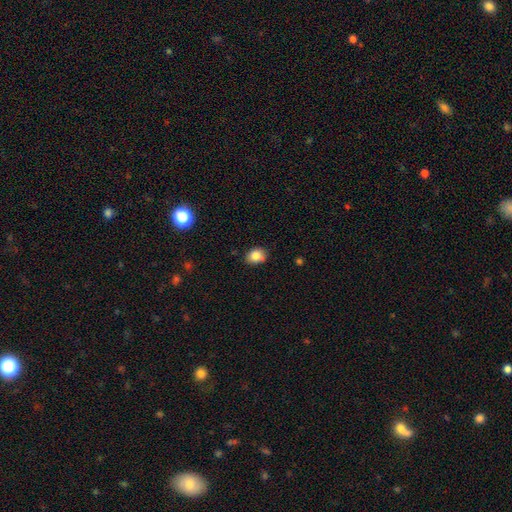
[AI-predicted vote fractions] A smooth galaxy with no disk features (83%) that is in between round and cigar-shaped (57%). Merging: none (77%).